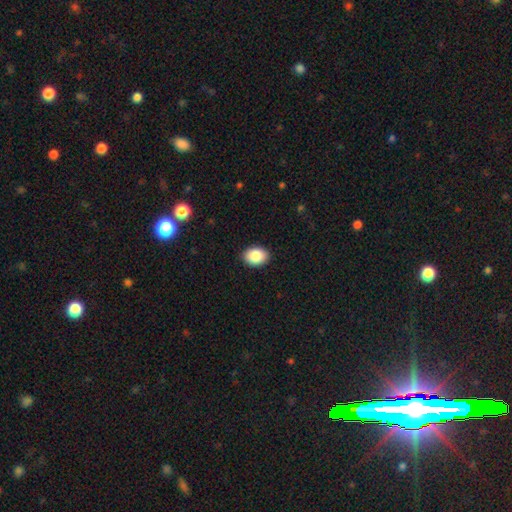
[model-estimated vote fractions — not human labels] A smooth galaxy with no disk features (87%) that is in between round and cigar-shaped (74%). Merging: none (90%).